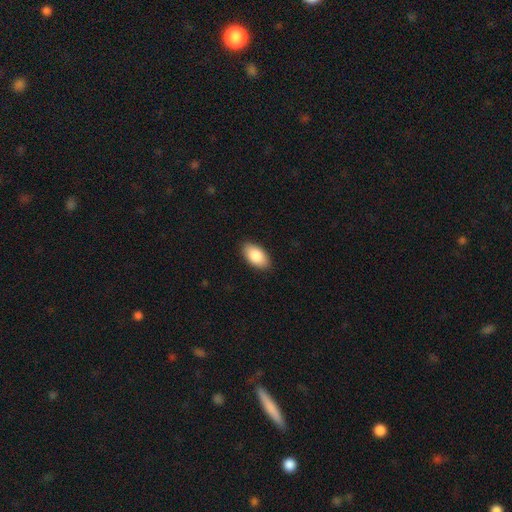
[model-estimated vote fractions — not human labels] Q: Smooth or featured?
A: smooth (86%); runner-up: featured or disk (8%)
Q: How rounded?
A: in between (95%); runner-up: round (3%)
Q: Merging?
A: none (88%); runner-up: minor disturbance (9%)